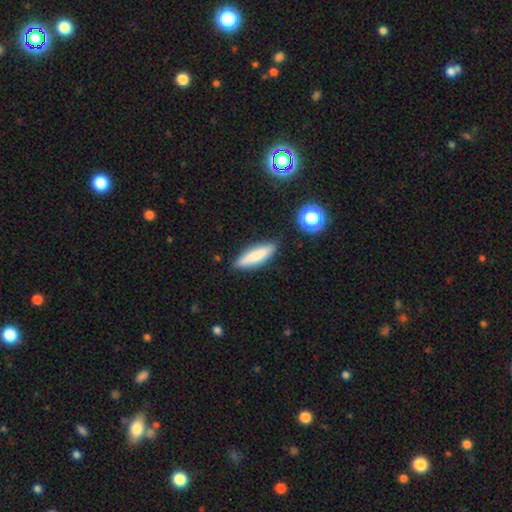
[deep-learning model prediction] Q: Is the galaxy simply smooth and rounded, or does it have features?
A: smooth — 72%.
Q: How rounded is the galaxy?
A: cigar-shaped — 71%.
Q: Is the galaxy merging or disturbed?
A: none — 84%.